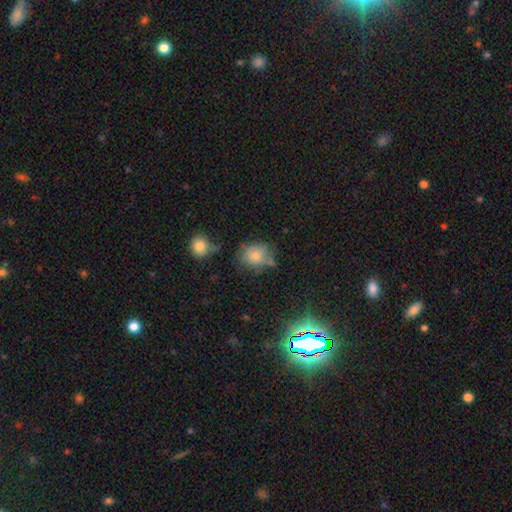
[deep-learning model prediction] Smooth or featured?
  - smooth: 75% *
  - featured or disk: 13%
  - star or artifact: 11%
How rounded?
  - round: 58% *
  - in between: 41%
  - cigar-shaped: 1%
Merging?
  - none: 52% *
  - minor disturbance: 26%
  - major disturbance: 11%
  - merger: 11%